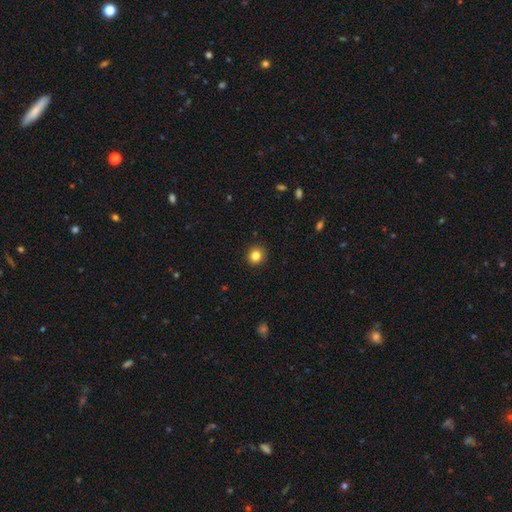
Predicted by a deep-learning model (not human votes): A smooth galaxy with no disk features (84%) that is round (90%).

Vote fractions:
- Smooth or featured? smooth: 84% / star or artifact: 11% / featured or disk: 5%
- How rounded? round: 90% / in between: 9% / cigar-shaped: 1%
- Merging? none: 92% / minor disturbance: 5% / major disturbance: 2% / merger: 1%